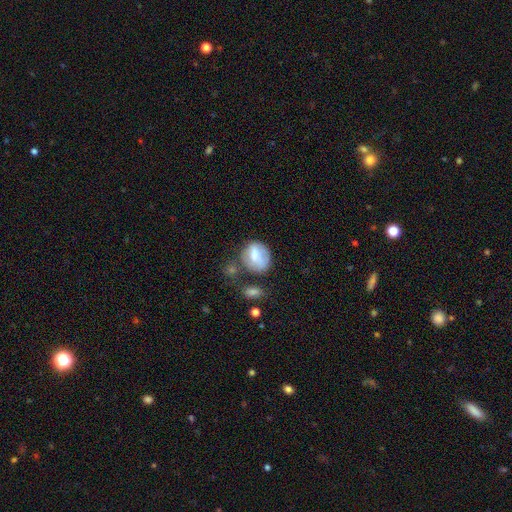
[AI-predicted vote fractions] Overall: smooth (66%; featured or disk 26%). How rounded: round (60%; in between 39%). Merging: none (48%; minor disturbance 25%).